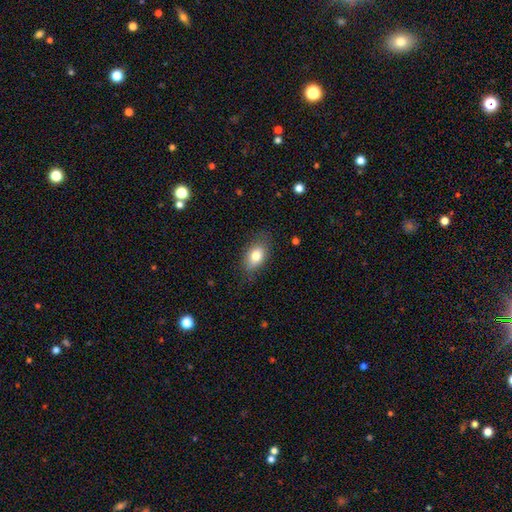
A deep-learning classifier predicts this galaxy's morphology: Smooth or featured: smooth — 78% (featured or disk — 13%)
How rounded: in between — 85% (round — 13%)
Merging: none — 79% (minor disturbance — 16%)